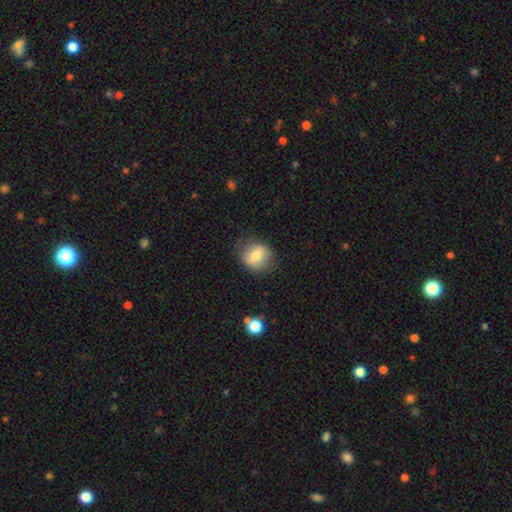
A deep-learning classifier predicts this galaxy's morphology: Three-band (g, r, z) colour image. It shows a smooth galaxy with no disk features (69%) that is round (72%). Merging: none (78%).